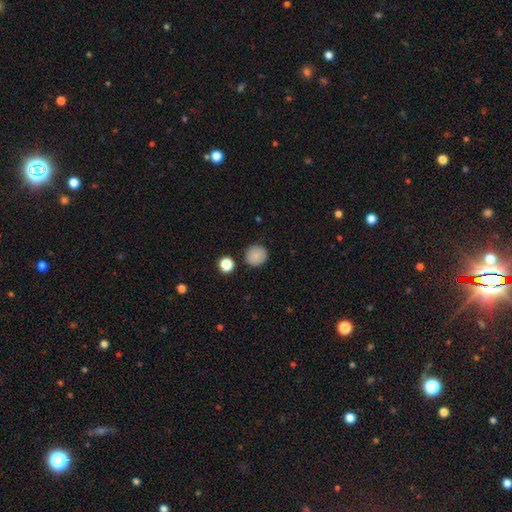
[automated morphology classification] The model was most divided on "smooth or featured": smooth: 84%, star or artifact: 10%, featured or disk: 7%. More confident: how rounded — round (92%); merging — none (88%).